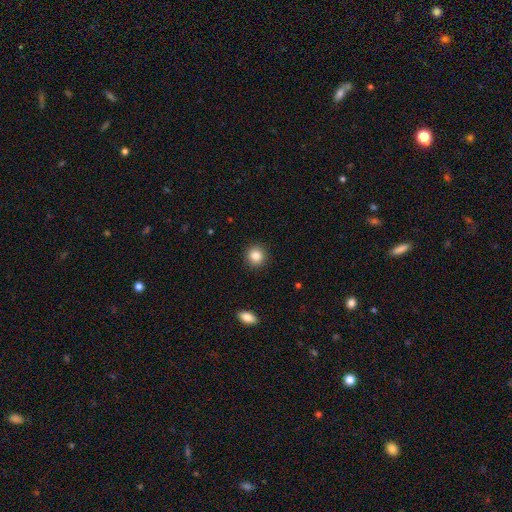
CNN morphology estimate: This appears to be a smooth galaxy with no disk features (86%) that is round (90%). Merging: none (91%).